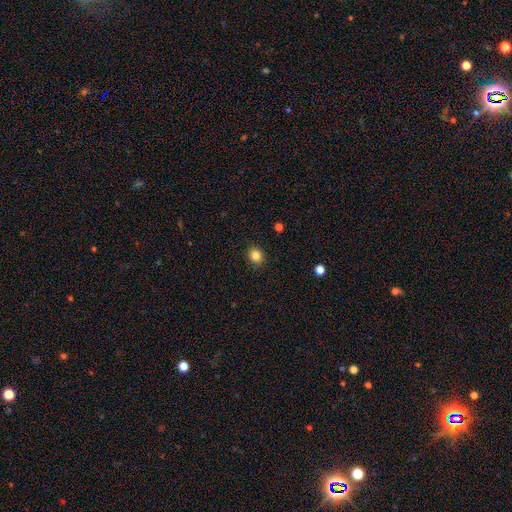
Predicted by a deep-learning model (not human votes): smooth 84%, star or artifact 11%, featured or disk 5%. Down the decision tree: how rounded — round (75%); merging — none (90%).